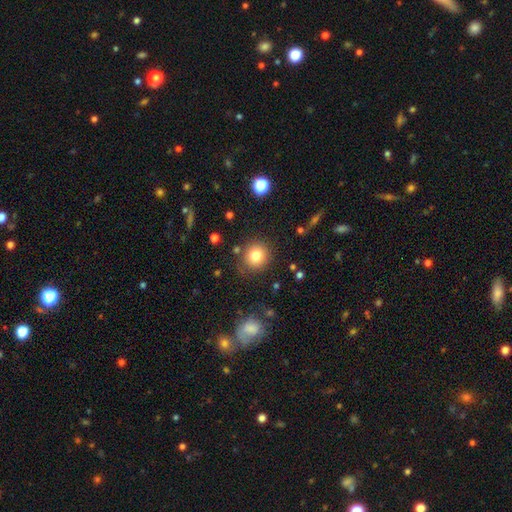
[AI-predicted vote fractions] Morphology: type=smooth (81%); roundness=round (90%); merging=none (84%).